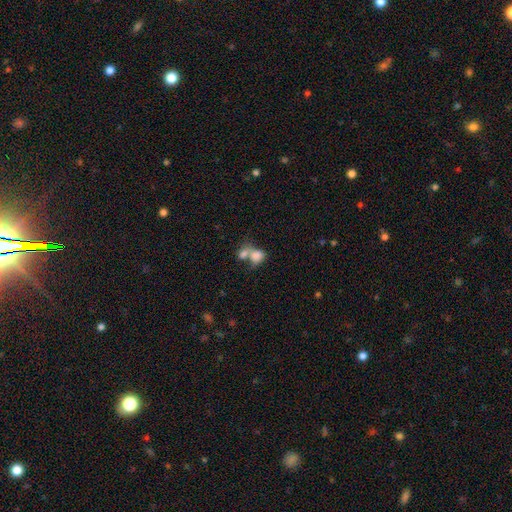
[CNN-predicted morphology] Q: Smooth or featured?
A: smooth (78%); runner-up: featured or disk (13%)
Q: How rounded?
A: in between (60%); runner-up: round (38%)
Q: Merging?
A: merger (67%); runner-up: none (19%)